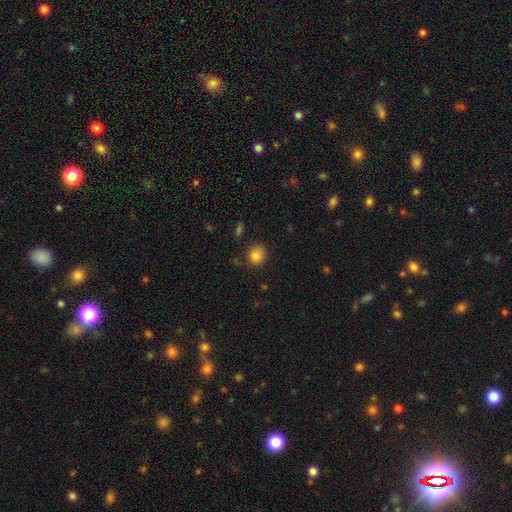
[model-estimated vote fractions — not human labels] Overall: smooth (85%). How rounded: round (78%). Merging: none (81%).